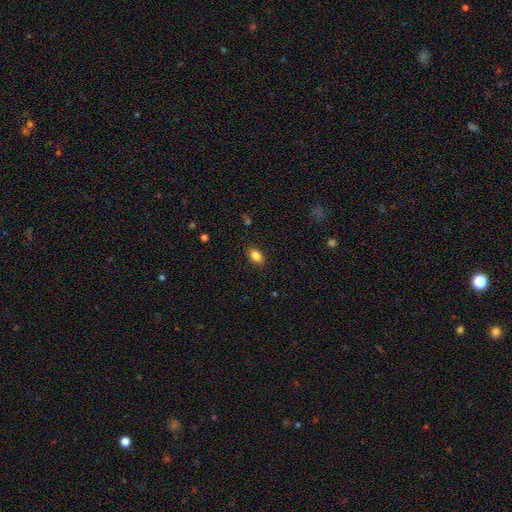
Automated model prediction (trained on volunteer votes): A smooth galaxy with no disk features (85%) that is in between round and cigar-shaped (86%).

Vote fractions:
- Smooth or featured? smooth: 85% / star or artifact: 9% / featured or disk: 6%
- How rounded? in between: 86% / round: 12% / cigar-shaped: 2%
- Merging? none: 87% / minor disturbance: 9% / major disturbance: 2% / merger: 1%